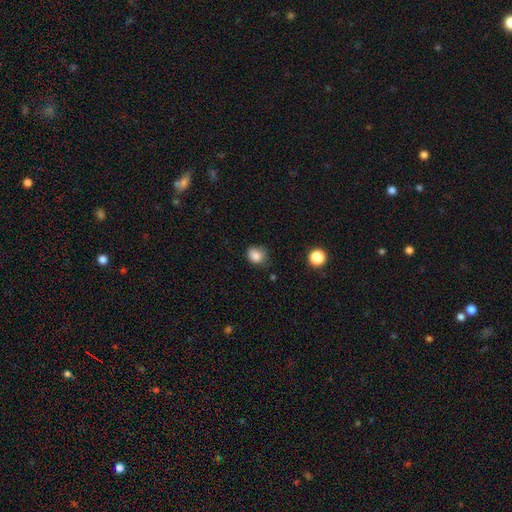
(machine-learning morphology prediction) Overall: smooth (84%). How rounded: round (69%; in between 30%). Merging: none (64%; minor disturbance 28%).